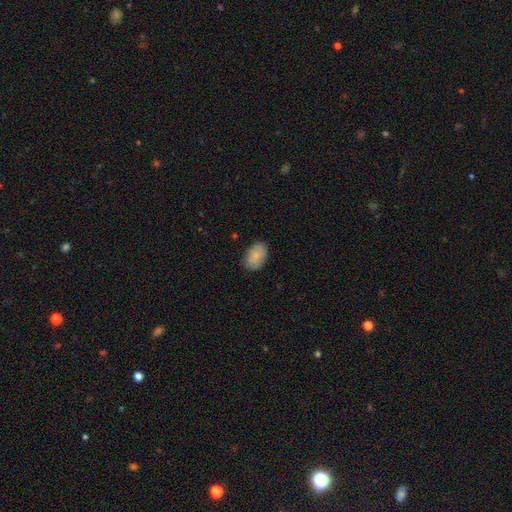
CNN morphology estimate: The model was most divided on "merging": none: 85%, minor disturbance: 12%, major disturbance: 2%, merger: 1%. More confident: how rounded — in between (89%); smooth or featured — smooth (84%).